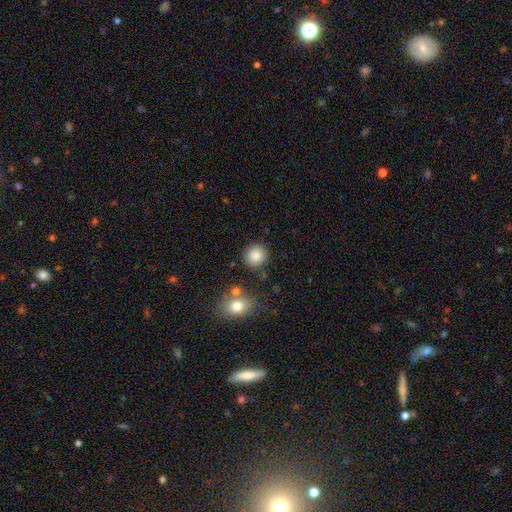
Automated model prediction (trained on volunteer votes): Overall: smooth (85%). How rounded: round (85%). Merging: none (83%).